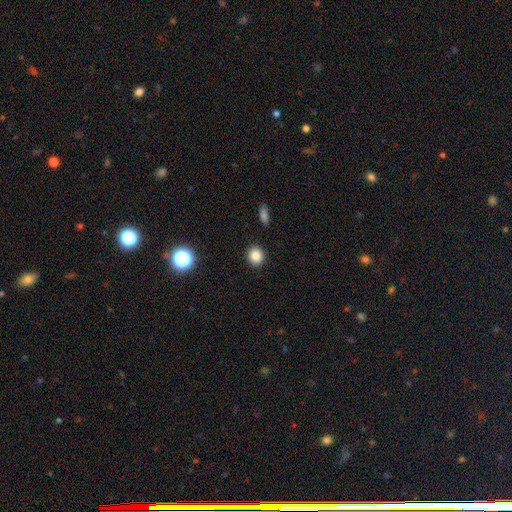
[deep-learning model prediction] Smooth or featured?
  - smooth: 85% *
  - star or artifact: 11%
  - featured or disk: 4%
How rounded?
  - round: 85% *
  - in between: 14%
  - cigar-shaped: 1%
Merging?
  - none: 91% *
  - minor disturbance: 6%
  - major disturbance: 2%
  - merger: 2%